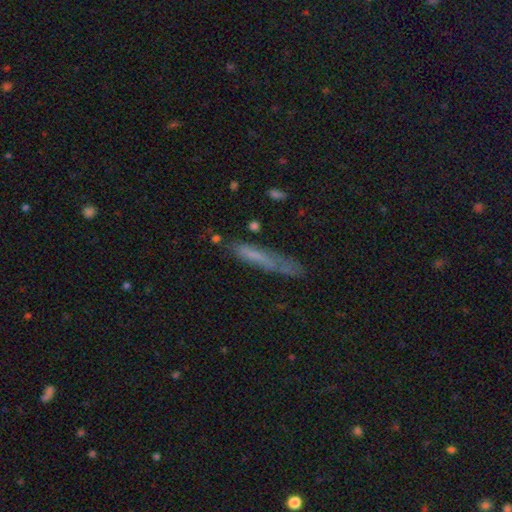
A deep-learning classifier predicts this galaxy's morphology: Smooth or featured: smooth — 58% (featured or disk — 32%)
How rounded: cigar-shaped — 89% (in between — 9%)
Merging: none — 58% (minor disturbance — 25%)